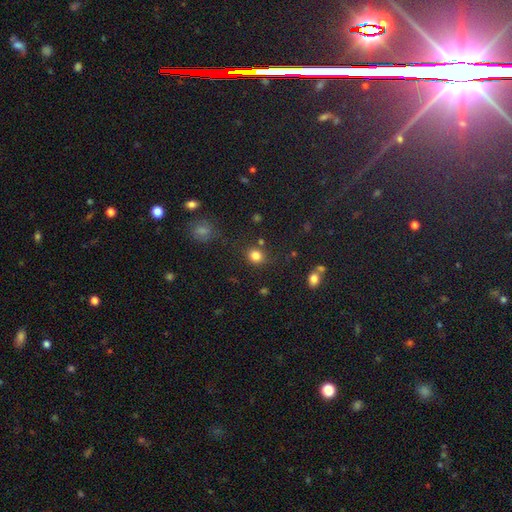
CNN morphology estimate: Q: Smooth or featured?
A: smooth (82%); runner-up: star or artifact (13%)
Q: How rounded?
A: round (80%); runner-up: in between (19%)
Q: Merging?
A: none (81%); runner-up: minor disturbance (11%)